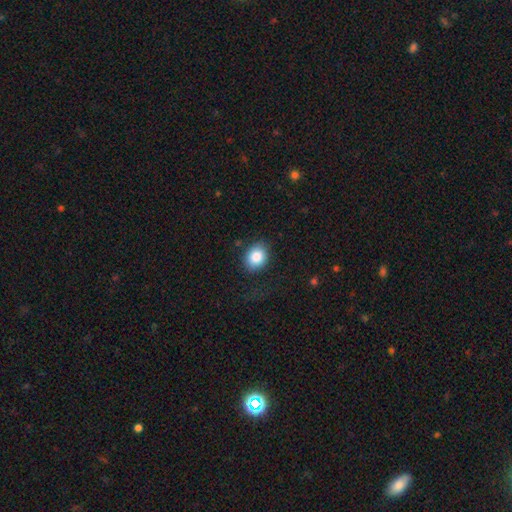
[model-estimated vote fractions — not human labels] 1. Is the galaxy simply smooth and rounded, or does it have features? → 86% smooth, 8% star or artifact, 6% featured or disk.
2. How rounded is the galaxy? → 50% in between, 49% round, 1% cigar-shaped.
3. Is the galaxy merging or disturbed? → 80% none, 13% minor disturbance, 6% major disturbance, 1% merger.